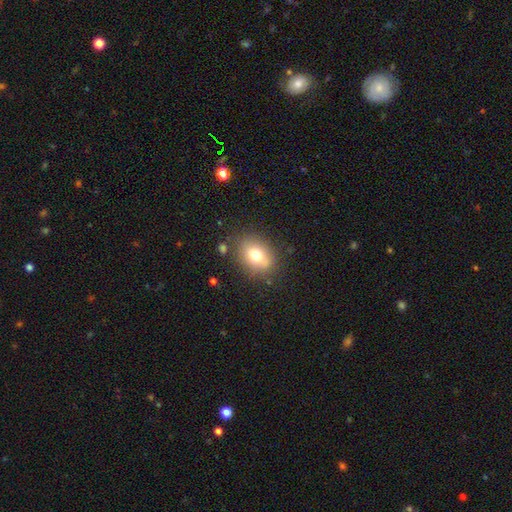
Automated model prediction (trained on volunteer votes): smooth_or_featured: smooth (p=0.73) [alt: featured or disk p=0.16]
how_rounded: in between (p=0.65) [alt: round p=0.34]
merging: none (p=0.77) [alt: minor disturbance p=0.15]